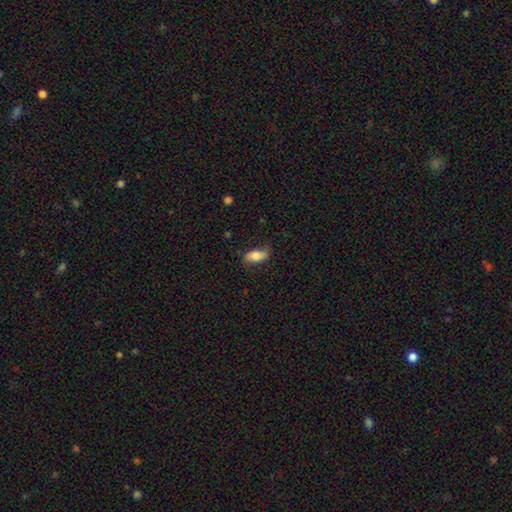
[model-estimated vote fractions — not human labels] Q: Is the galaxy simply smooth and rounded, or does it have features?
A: smooth — 75%.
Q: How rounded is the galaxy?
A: in between — 88%.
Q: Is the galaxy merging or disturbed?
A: none — 74%.